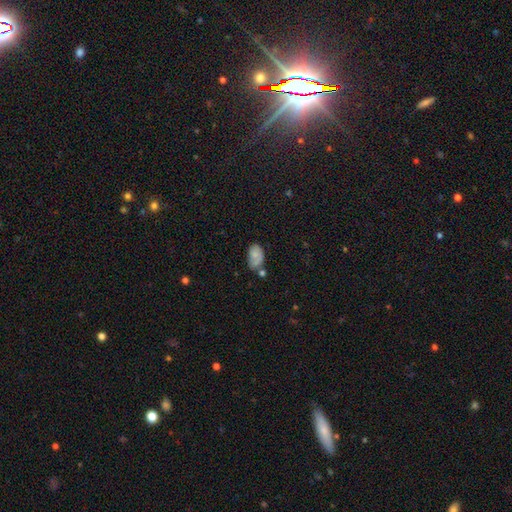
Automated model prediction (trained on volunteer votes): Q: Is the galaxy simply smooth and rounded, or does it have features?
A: smooth — 73%.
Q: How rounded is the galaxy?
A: in between — 89%.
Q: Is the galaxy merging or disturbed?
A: none — 42%.